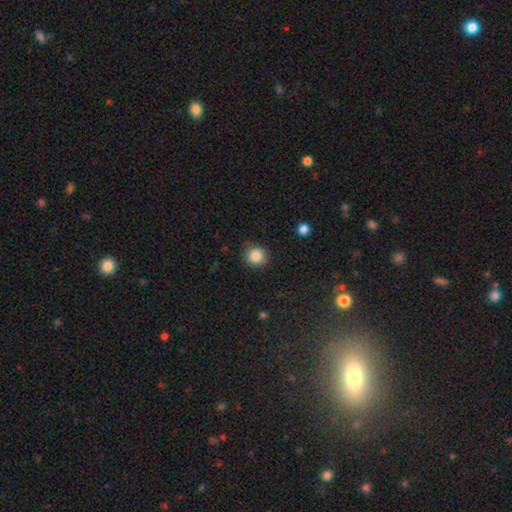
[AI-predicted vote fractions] This appears to be a smooth galaxy with no disk features (86%) that is round (89%). Merging: none (85%).